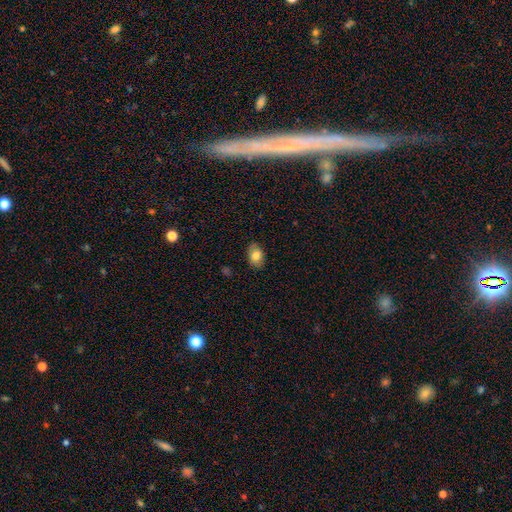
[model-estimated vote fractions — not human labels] Smooth or featured? smooth (81%)
How rounded? in between (85%)
Merging? none (85%)